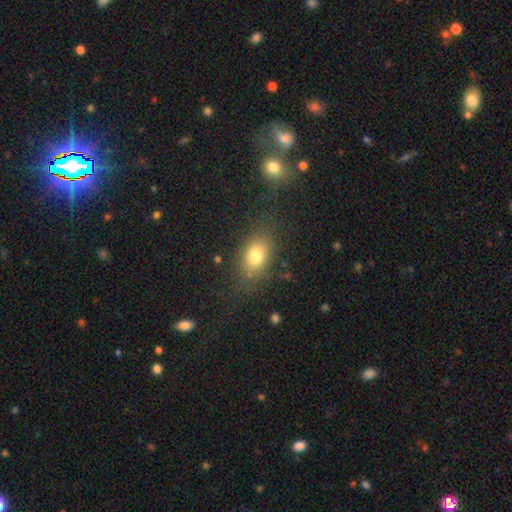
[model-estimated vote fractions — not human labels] Smooth or featured? Predicted: smooth (p=0.76). How rounded? Predicted: in between (p=0.75). Merging? Predicted: none (p=0.75).